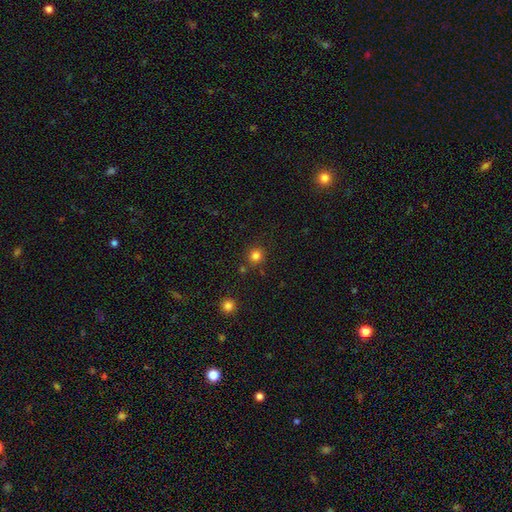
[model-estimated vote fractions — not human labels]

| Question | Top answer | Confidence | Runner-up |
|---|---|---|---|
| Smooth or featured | smooth | 81% | star or artifact (14%) |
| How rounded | round | 91% | in between (9%) |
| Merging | none | 83% | minor disturbance (8%) |